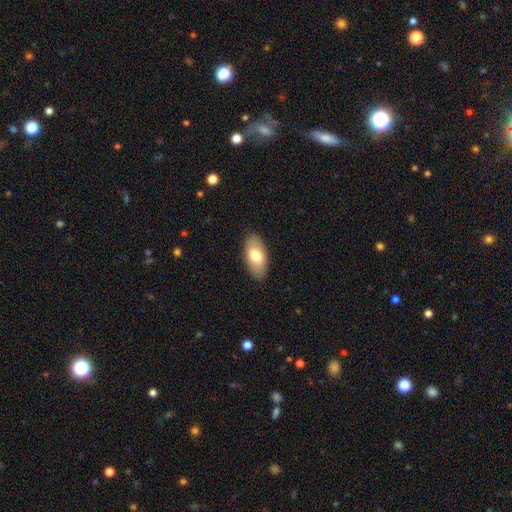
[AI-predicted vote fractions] smooth-or-featured: smooth: 72% | featured or disk: 22% | star or artifact: 6%
  how-rounded: in between: 93% | cigar-shaped: 5% | round: 3%
  merging: none: 87% | minor disturbance: 9% | major disturbance: 2% | merger: 1%